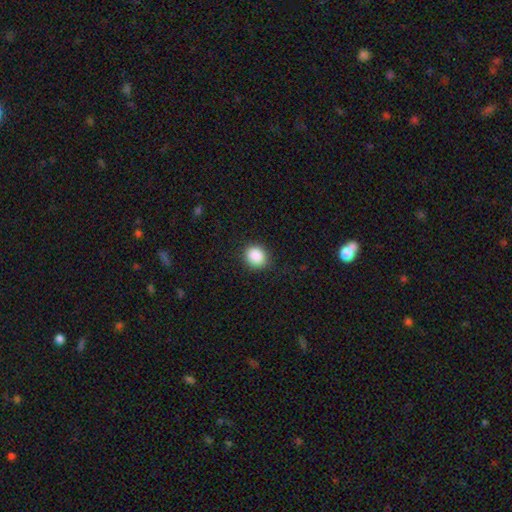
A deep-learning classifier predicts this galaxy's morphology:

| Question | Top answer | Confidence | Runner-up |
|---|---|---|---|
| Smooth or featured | smooth | 89% | star or artifact (8%) |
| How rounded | round | 78% | in between (21%) |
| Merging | none | 89% | minor disturbance (8%) |